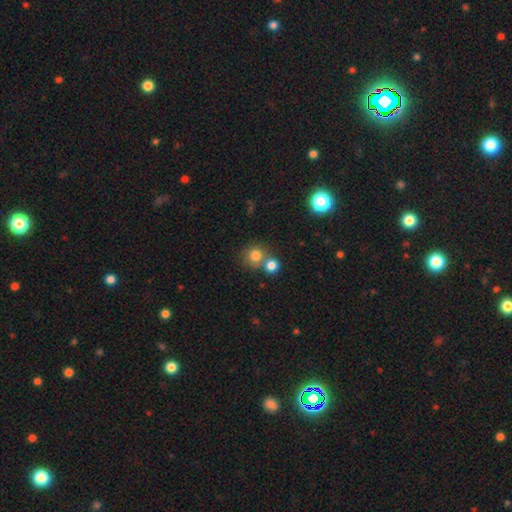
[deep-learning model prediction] The model was most divided on "merging": none: 57%, merger: 31%, minor disturbance: 8%, major disturbance: 4%. More confident: how rounded — round (88%); smooth or featured — smooth (78%).